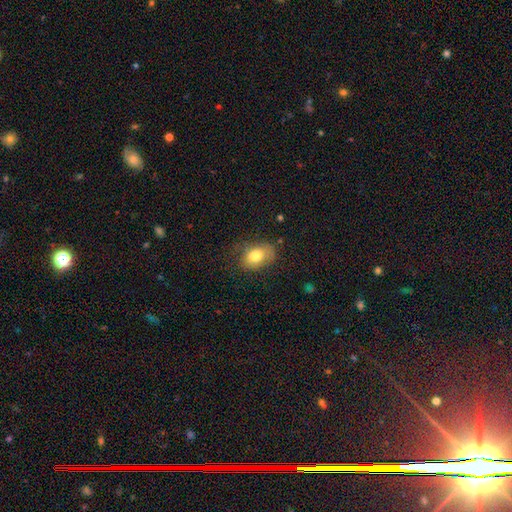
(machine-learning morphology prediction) smooth 78%, featured or disk 14%, star or artifact 8%. Down the decision tree: how rounded — in between (82%); merging — none (66%).